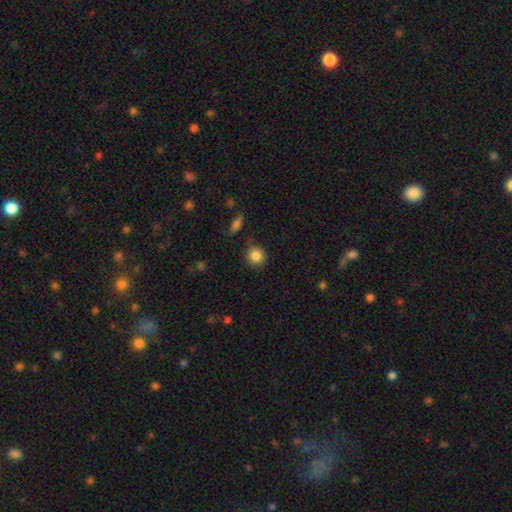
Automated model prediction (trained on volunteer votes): Smooth or featured?
  - smooth: 85% *
  - star or artifact: 9%
  - featured or disk: 6%
How rounded?
  - round: 90% *
  - in between: 9%
  - cigar-shaped: 1%
Merging?
  - none: 88% *
  - minor disturbance: 8%
  - major disturbance: 2%
  - merger: 2%